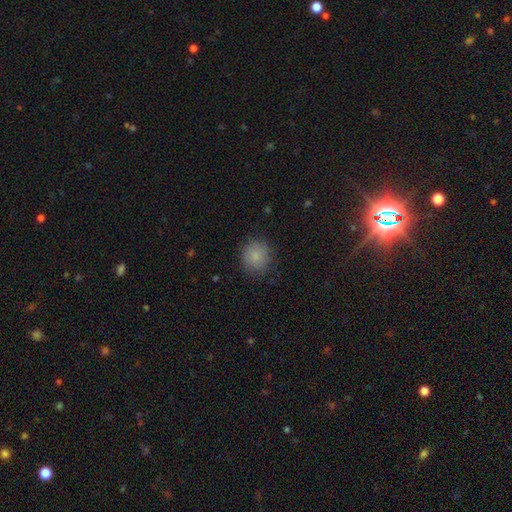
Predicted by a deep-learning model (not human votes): smooth 83%, featured or disk 8%, star or artifact 8%. Down the decision tree: how rounded — round (81%); merging — none (78%).